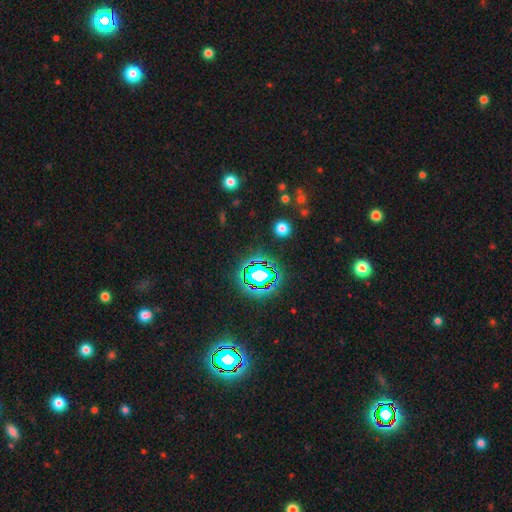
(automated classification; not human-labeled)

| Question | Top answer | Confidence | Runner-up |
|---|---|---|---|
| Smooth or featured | star or artifact | 78% | smooth (14%) |